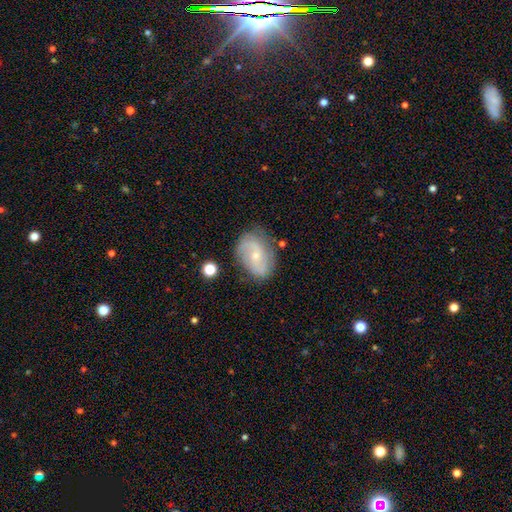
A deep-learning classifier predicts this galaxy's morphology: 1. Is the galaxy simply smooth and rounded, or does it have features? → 64% featured or disk, 28% smooth, 8% star or artifact.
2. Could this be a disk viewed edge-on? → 96% no, 4% yes.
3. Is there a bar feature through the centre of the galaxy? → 59% no, 33% weak, 8% strong.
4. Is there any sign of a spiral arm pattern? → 84% yes, 16% no.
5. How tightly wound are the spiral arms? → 40% medium, 33% loose, 27% tight.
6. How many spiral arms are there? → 73% 2, 17% can't tell, 4% 3, 3% 1, 2% 4, 1% more than 4.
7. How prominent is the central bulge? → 69% small, 27% moderate, 2% none, 1% large, 1% dominant.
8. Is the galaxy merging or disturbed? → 71% none, 20% minor disturbance, 6% major disturbance, 3% merger.